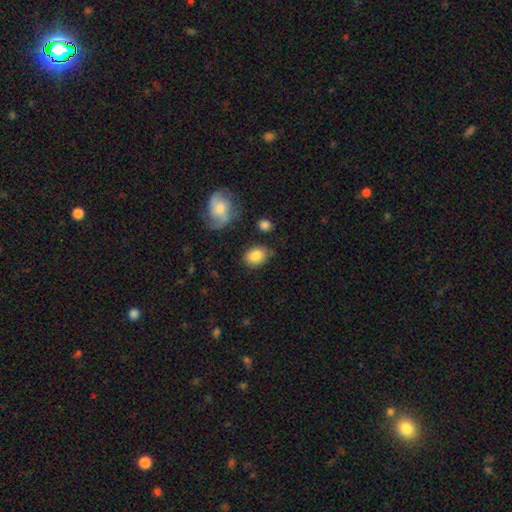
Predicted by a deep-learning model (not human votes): smooth_or_featured: smooth (p=0.84) [alt: featured or disk p=0.09]
how_rounded: in between (p=0.65) [alt: round p=0.34]
merging: none (p=0.77) [alt: minor disturbance p=0.15]